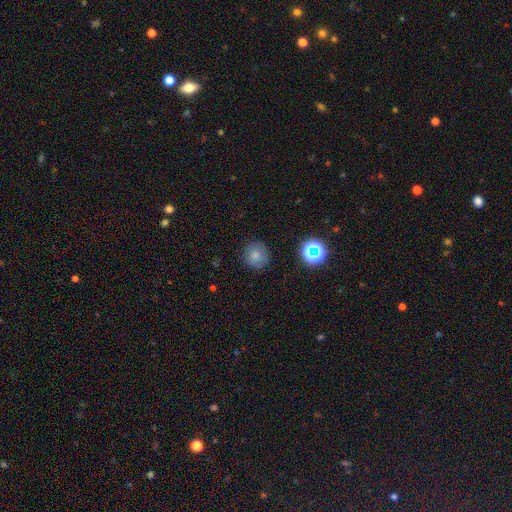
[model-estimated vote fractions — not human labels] Smooth or featured? Predicted: smooth (p=0.76). How rounded? Predicted: round (p=0.91). Merging? Predicted: none (p=0.85).